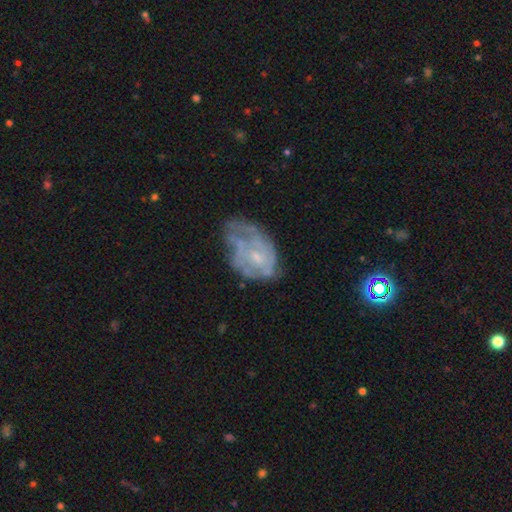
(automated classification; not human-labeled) Overall: featured or disk (67%). Edge-on disk: no (97%). Bar: no (69%). Spiral arms: yes (59%; no 41%). Bulge size: small (54%; moderate 25%). Merging: none (37%; minor disturbance 32%).